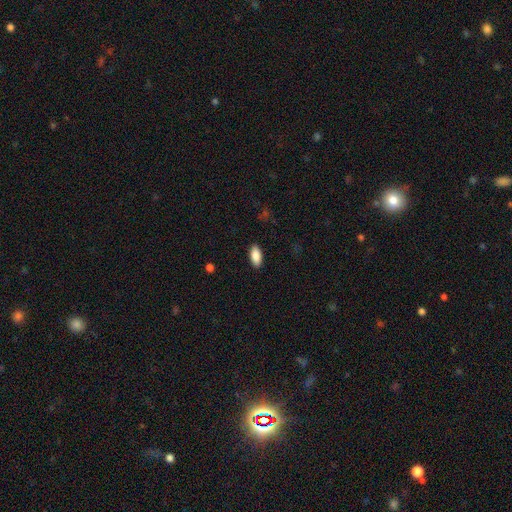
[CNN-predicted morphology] smooth-or-featured: smooth: 89% | star or artifact: 6% | featured or disk: 5%
  how-rounded: in between: 89% | cigar-shaped: 9% | round: 2%
  merging: none: 89% | minor disturbance: 8% | major disturbance: 2% | merger: 1%